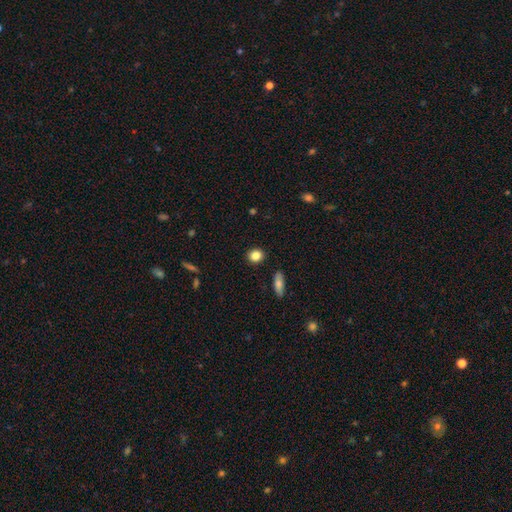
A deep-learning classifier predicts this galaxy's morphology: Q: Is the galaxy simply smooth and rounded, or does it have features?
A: smooth — 86%.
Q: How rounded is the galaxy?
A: round — 70%.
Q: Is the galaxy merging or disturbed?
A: none — 90%.